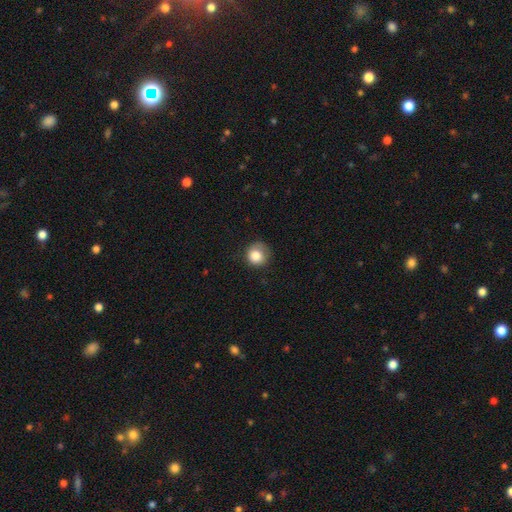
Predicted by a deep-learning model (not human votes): A smooth galaxy with no disk features (82%) that is round (87%). Merging: none (61%).